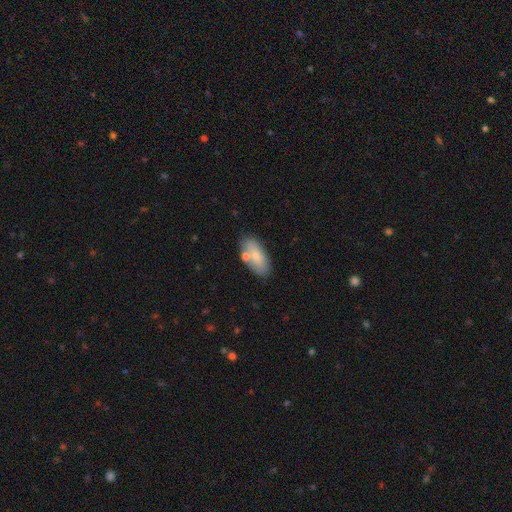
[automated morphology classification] type=smooth (73%); roundness=in between (90%); merging=none (71%).